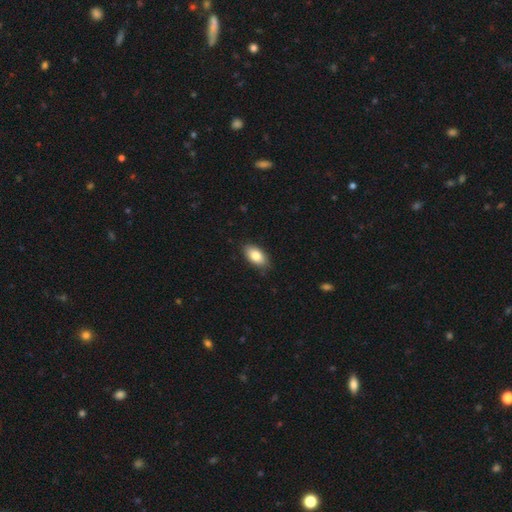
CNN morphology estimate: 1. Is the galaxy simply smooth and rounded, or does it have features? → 83% smooth, 10% featured or disk, 7% star or artifact.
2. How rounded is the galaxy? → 92% in between, 4% round, 4% cigar-shaped.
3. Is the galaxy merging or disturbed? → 85% none, 12% minor disturbance, 2% major disturbance, 1% merger.